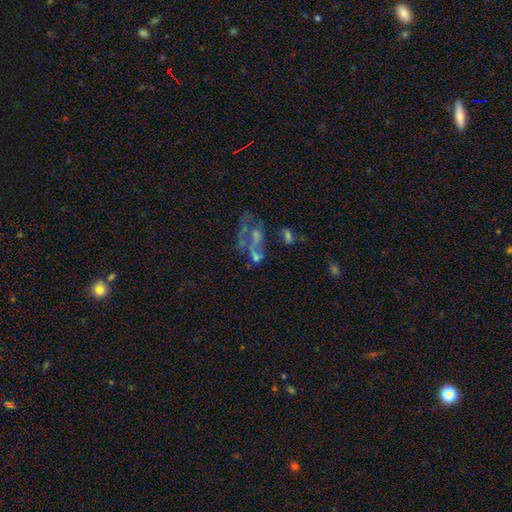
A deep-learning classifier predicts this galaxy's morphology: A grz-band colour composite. It shows a featured or disk galaxy (52%) with no bar (88%), no spiral arms (89%) and no central bulge (64%). Merging: major disturbance (32%).